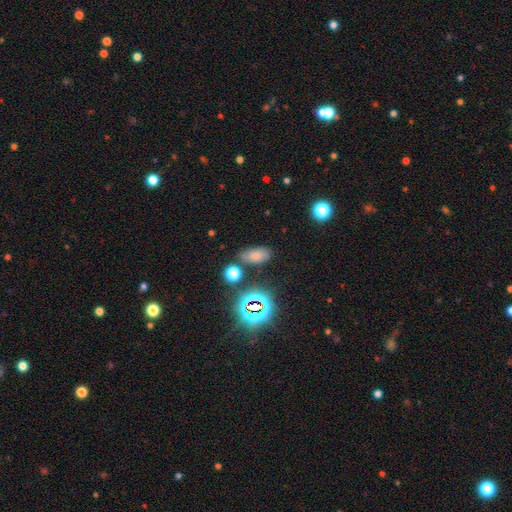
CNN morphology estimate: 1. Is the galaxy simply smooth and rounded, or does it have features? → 67% smooth, 24% star or artifact, 10% featured or disk.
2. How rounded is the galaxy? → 88% in between, 8% round, 5% cigar-shaped.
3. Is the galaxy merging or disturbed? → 74% none, 15% minor disturbance, 6% merger, 5% major disturbance.